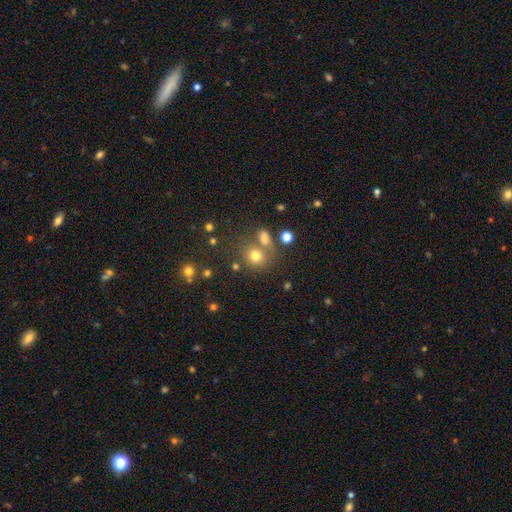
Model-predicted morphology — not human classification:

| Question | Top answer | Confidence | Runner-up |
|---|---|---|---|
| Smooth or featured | smooth | 73% | star or artifact (17%) |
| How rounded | round | 78% | in between (21%) |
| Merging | none | 60% | merger (23%) |